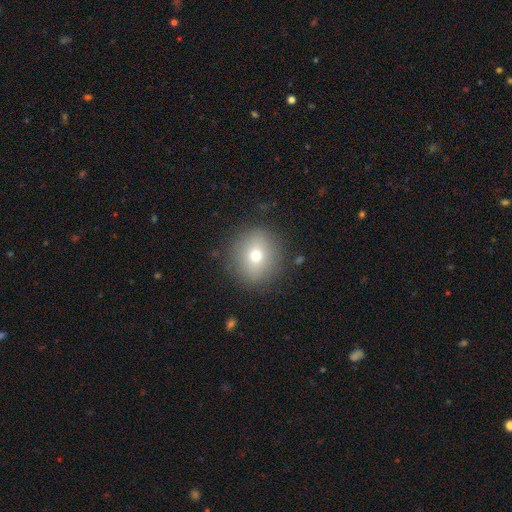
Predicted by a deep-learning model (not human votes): Overall: smooth (71%). How rounded: round (88%). Merging: none (88%).